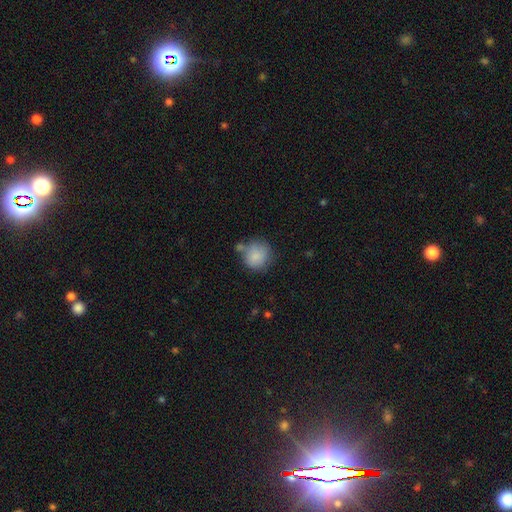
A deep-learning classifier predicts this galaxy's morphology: Overall: smooth (85%). How rounded: round (87%). Merging: none (59%; minor disturbance 21%).